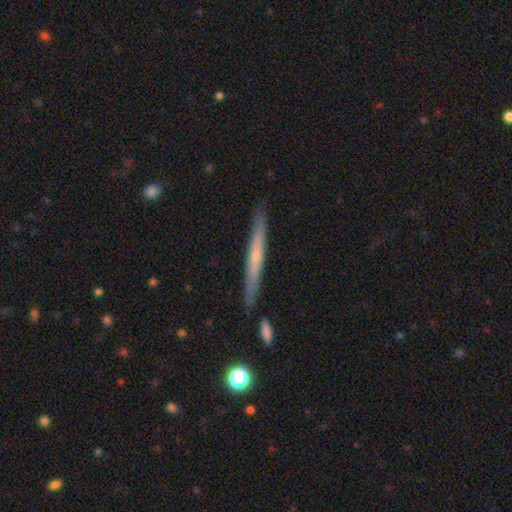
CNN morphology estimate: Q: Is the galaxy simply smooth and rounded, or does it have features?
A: featured or disk — 55%.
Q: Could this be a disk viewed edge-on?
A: yes — 95%.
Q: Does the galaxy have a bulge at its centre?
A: none — 59%.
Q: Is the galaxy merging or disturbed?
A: none — 86%.